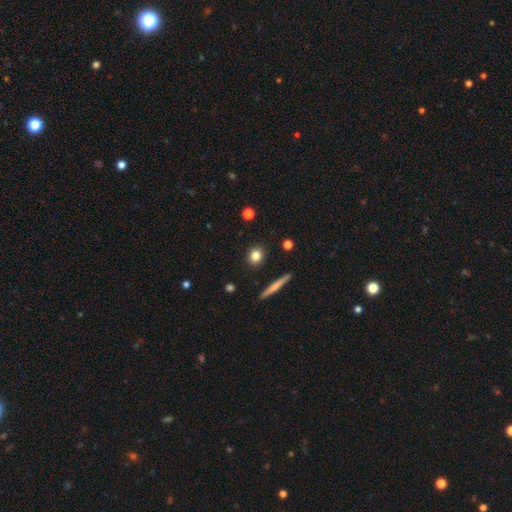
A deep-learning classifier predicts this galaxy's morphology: The model was most divided on "how rounded": round: 75%, in between: 21%, cigar-shaped: 5%. More confident: merging — none (90%); smooth or featured — smooth (80%).